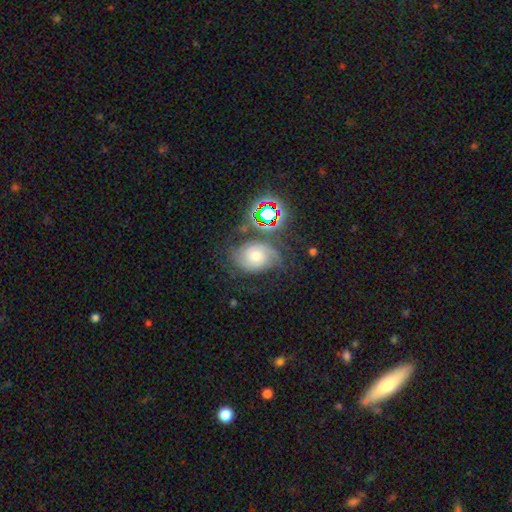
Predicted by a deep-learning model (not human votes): featured or disk 63%, smooth 19%, star or artifact 18%. Down the decision tree: edge-on disk — no (97%); bar — no (71%); spiral arms — yes (92%); spiral arm count — 2 (60%); spiral winding — tight (44%); bulge size — moderate (56%); merging — none (58%).